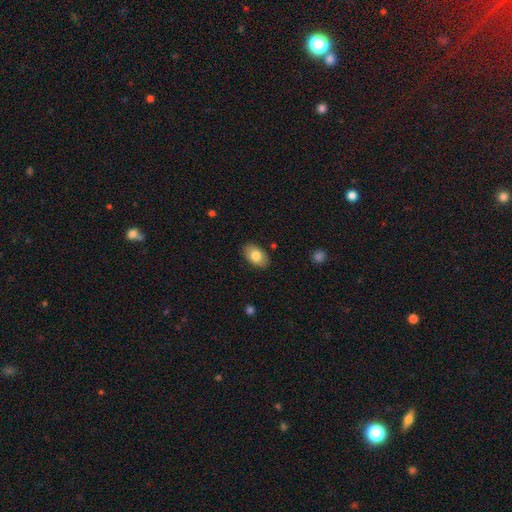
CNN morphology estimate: Smooth or featured? Predicted: smooth (p=0.80). How rounded? Predicted: in between (p=0.91). Merging? Predicted: none (p=0.87).